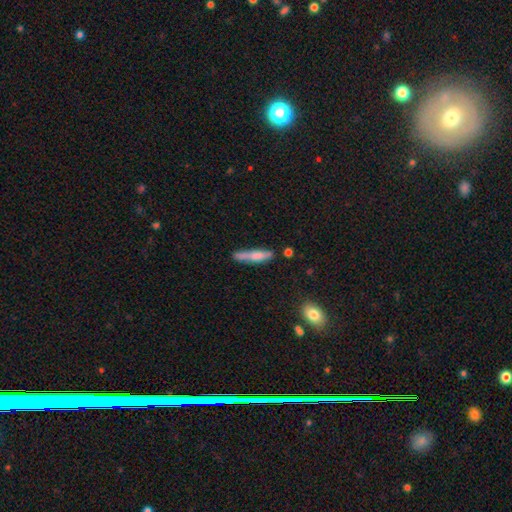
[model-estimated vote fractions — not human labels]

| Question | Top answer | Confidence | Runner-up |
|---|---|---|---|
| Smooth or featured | smooth | 65% | featured or disk (29%) |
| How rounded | cigar-shaped | 88% | in between (10%) |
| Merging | none | 66% | minor disturbance (22%) |